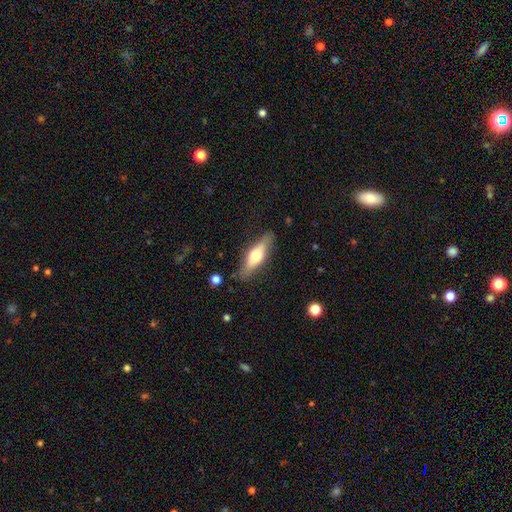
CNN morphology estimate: Smooth or featured? Predicted: smooth (p=0.48). Merging? Predicted: none (p=0.82).